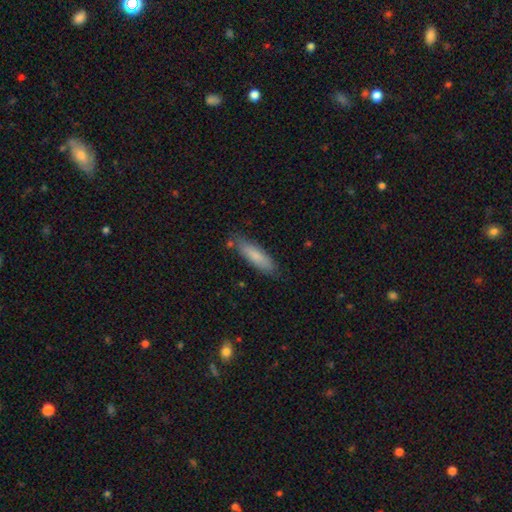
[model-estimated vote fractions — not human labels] Smooth or featured?
  - smooth: 79% *
  - featured or disk: 15%
  - star or artifact: 6%
How rounded?
  - cigar-shaped: 67% *
  - in between: 32%
  - round: 1%
Merging?
  - none: 79% *
  - minor disturbance: 15%
  - merger: 3%
  - major disturbance: 3%